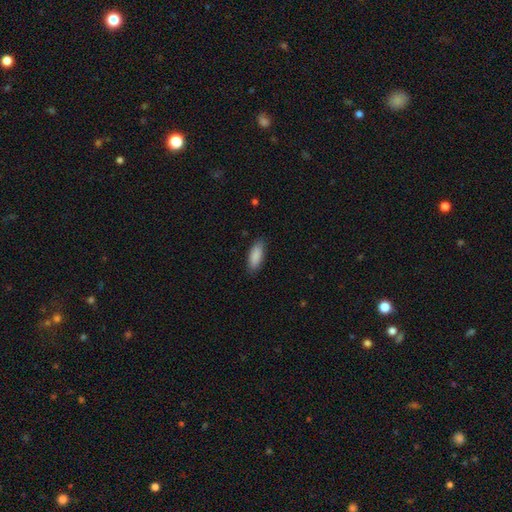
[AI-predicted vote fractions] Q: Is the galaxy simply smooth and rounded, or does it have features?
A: smooth — 90%.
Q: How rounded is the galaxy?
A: in between — 74%.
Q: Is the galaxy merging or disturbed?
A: none — 87%.